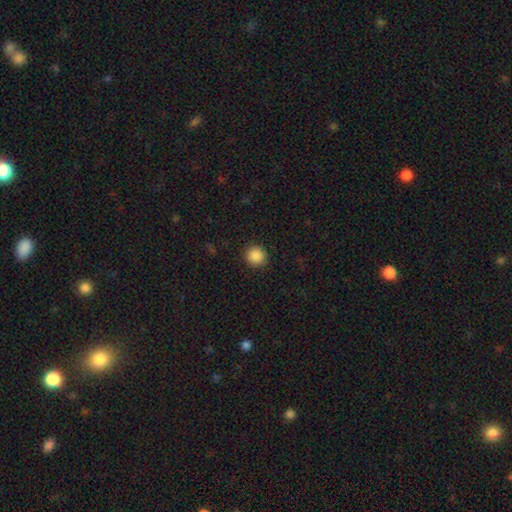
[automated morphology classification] This is clearly a smooth galaxy (87%). How rounded: clearly round (93%). Merging: clearly none (92%).